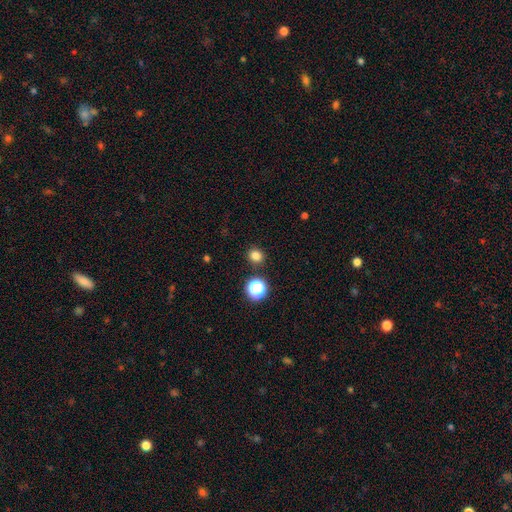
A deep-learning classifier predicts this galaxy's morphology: Q: Smooth or featured?
A: smooth (80%); runner-up: star or artifact (16%)
Q: How rounded?
A: round (86%); runner-up: in between (13%)
Q: Merging?
A: none (89%); runner-up: minor disturbance (6%)